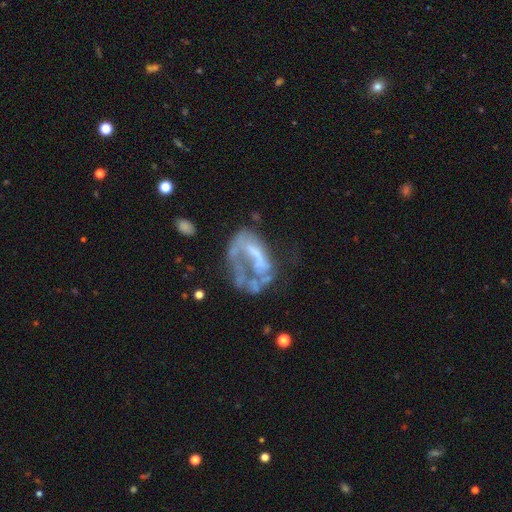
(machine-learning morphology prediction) A featured or disk galaxy (68%) with no bar (72%), no spiral arms (74%) and no central bulge (62%). Merging: major disturbance (44%).